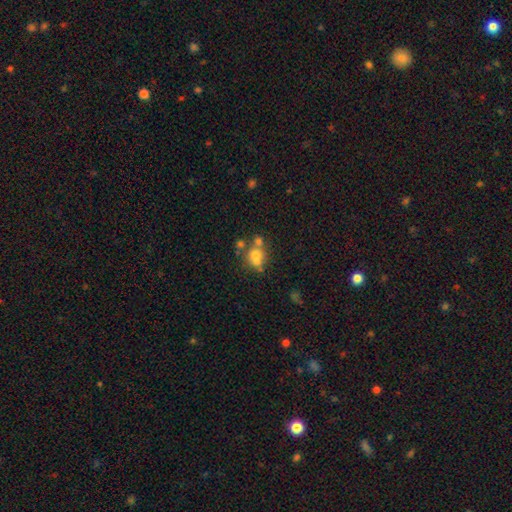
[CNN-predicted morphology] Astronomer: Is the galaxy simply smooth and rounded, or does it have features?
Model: smooth — 62%.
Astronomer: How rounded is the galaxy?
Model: round — 74%.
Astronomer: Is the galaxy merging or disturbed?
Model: merger — 43% (runner-up: none, 40%).